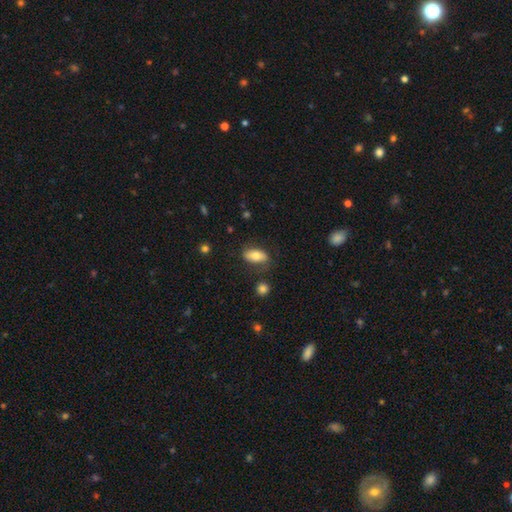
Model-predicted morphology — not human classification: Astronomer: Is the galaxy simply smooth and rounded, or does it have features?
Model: smooth — 74%.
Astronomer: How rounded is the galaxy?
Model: in between — 87%.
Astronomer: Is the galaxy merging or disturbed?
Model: none — 76%.